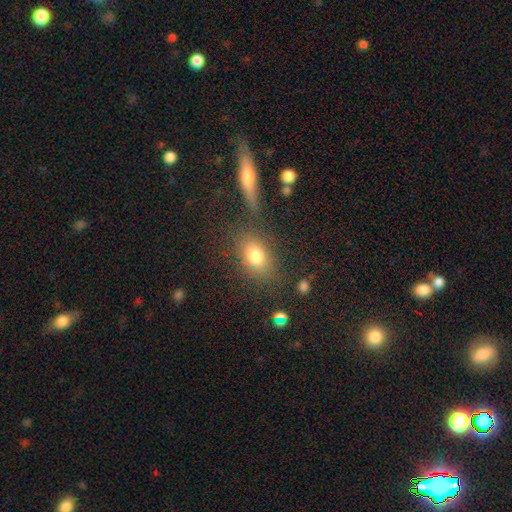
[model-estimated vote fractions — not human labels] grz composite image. It shows a smooth galaxy with no disk features (77%) that is in between round and cigar-shaped (73%). Merging: none (74%).